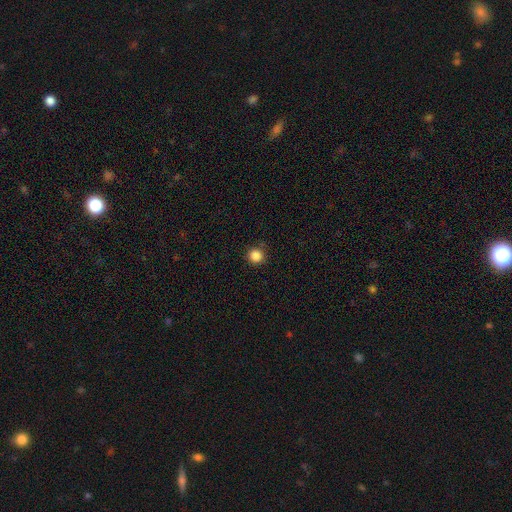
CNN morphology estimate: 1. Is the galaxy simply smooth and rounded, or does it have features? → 86% smooth, 11% star or artifact, 3% featured or disk.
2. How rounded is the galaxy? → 94% round, 5% in between, 1% cigar-shaped.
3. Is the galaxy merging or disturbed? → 89% none, 8% minor disturbance, 2% major disturbance, 1% merger.